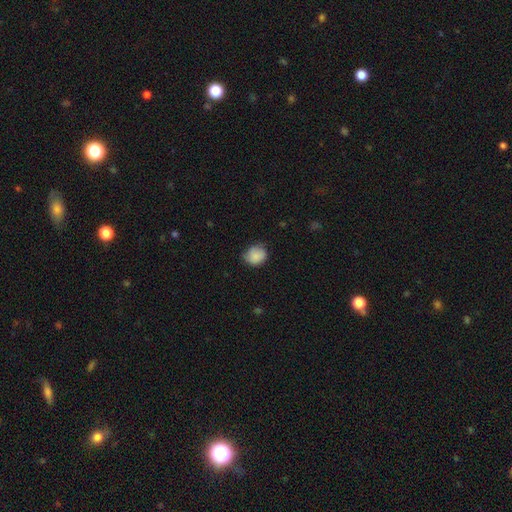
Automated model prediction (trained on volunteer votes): Overall: smooth (84%). How rounded: round (63%; in between 36%). Merging: none (65%; minor disturbance 28%).